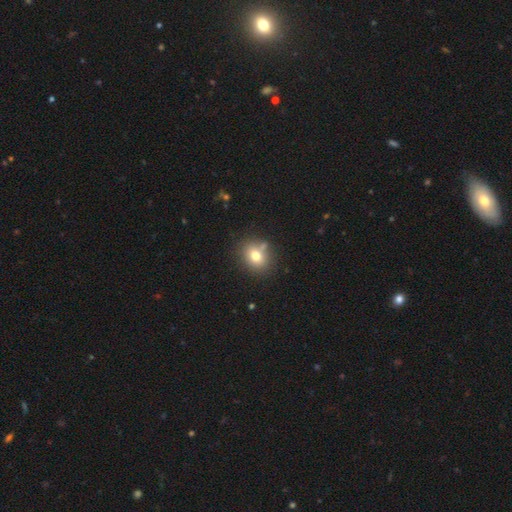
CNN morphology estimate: type=smooth (75%); roundness=round (62%); merging=none (74%).